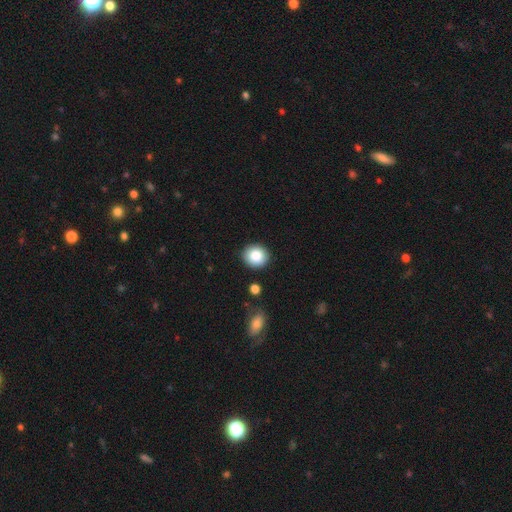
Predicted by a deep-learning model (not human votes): smooth_or_featured: smooth (p=0.84) [alt: star or artifact p=0.09]
how_rounded: round (p=0.85) [alt: in between p=0.14]
merging: none (p=0.88) [alt: minor disturbance p=0.07]